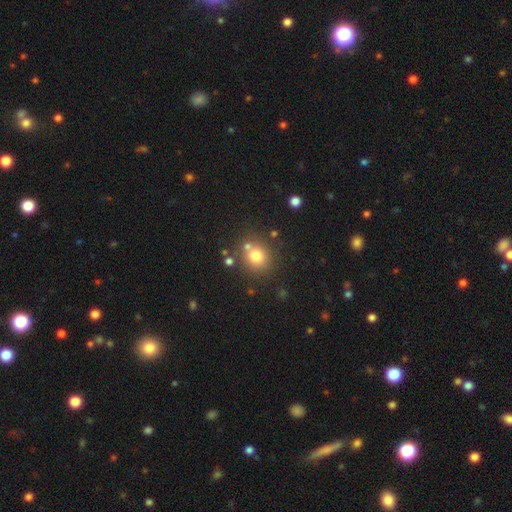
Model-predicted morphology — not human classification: smooth_or_featured: smooth (p=0.75) [alt: star or artifact p=0.14]
how_rounded: round (p=0.83) [alt: in between p=0.16]
merging: none (p=0.71) [alt: merger p=0.14]